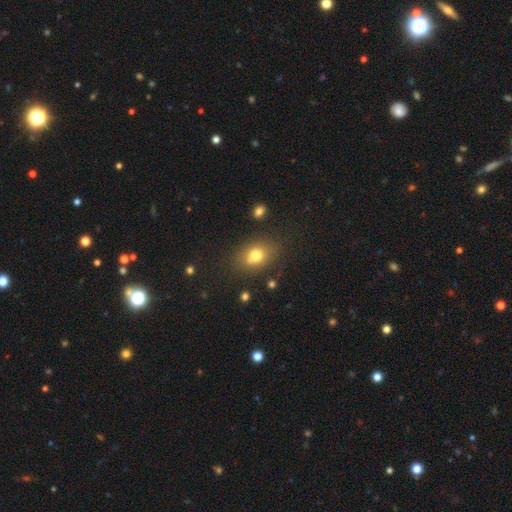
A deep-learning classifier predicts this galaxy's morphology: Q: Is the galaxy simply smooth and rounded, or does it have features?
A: smooth — 76%.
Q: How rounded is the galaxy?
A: in between — 67%.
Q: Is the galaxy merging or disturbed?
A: none — 77%.